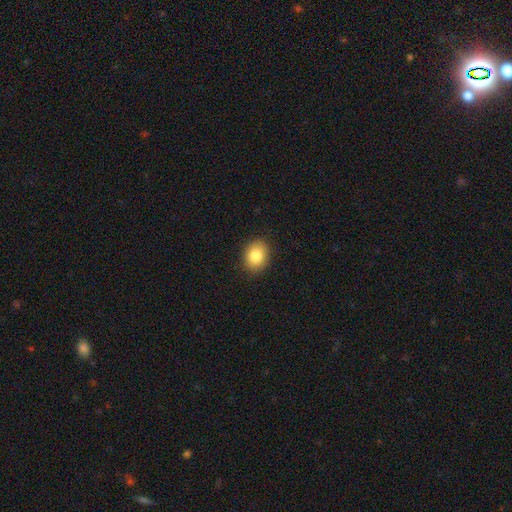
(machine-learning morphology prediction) Smooth or featured? Predicted: smooth (p=0.84). How rounded? Predicted: round (p=0.52). Merging? Predicted: none (p=0.90).